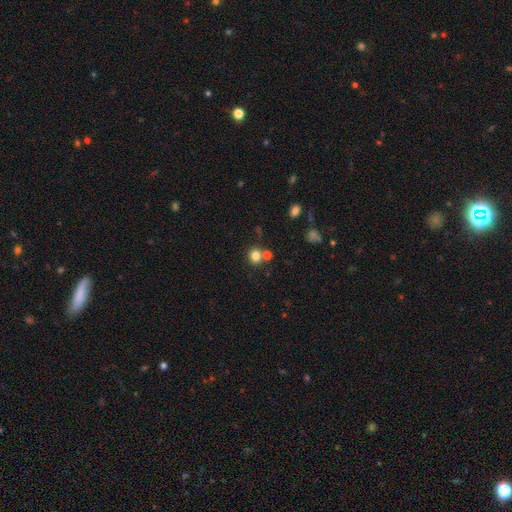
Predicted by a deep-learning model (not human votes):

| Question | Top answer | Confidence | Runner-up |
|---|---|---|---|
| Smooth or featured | smooth | 80% | star or artifact (13%) |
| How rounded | round | 87% | in between (12%) |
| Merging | none | 67% | merger (23%) |